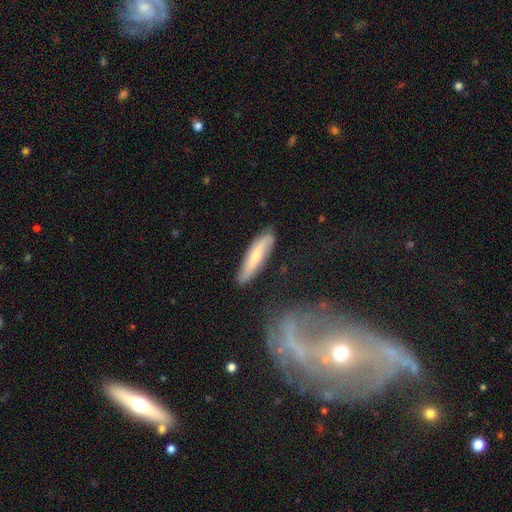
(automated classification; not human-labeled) Overall: smooth (52%; featured or disk 42%). How rounded: cigar-shaped (80%). Merging: none (80%).